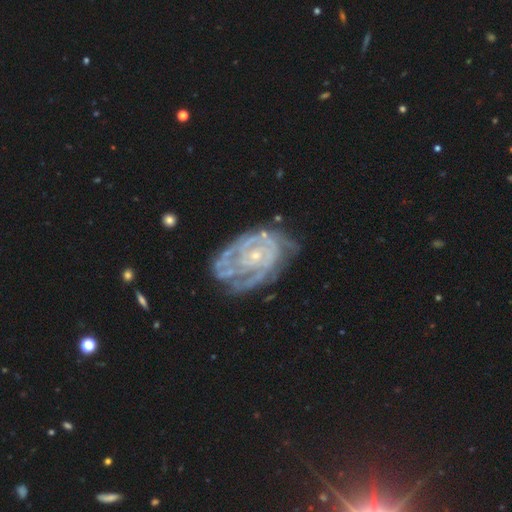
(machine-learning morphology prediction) Smooth or featured?
  - featured or disk: 88% *
  - smooth: 6%
  - star or artifact: 6%
Edge-on disk?
  - no: 97% *
  - yes: 3%
Bar?
  - no: 76% *
  - weak: 19%
  - strong: 5%
Spiral arms?
  - yes: 94% *
  - no: 6%
Spiral winding?
  - tight: 73% *
  - medium: 22%
  - loose: 5%
Spiral arm count?
  - can't tell: 35% *
  - 2: 20%
  - 3: 18%
  - 4: 13%
  - more than 4: 8%
  - 1: 7%
Bulge size?
  - small: 78% *
  - moderate: 17%
  - none: 3%
  - large: 1%
  - dominant: 1%
Merging?
  - none: 58% *
  - minor disturbance: 26%
  - major disturbance: 14%
  - merger: 3%